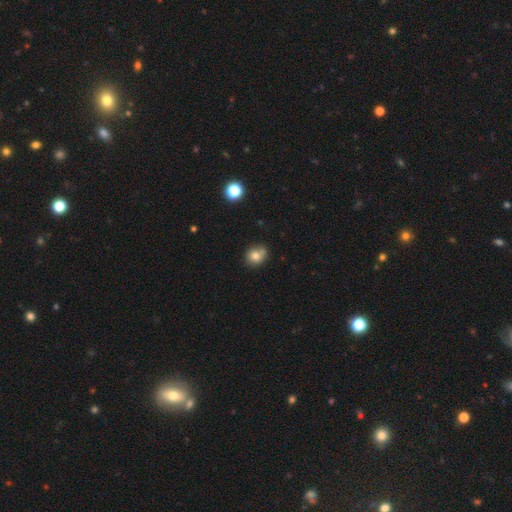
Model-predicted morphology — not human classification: smooth-or-featured: smooth: 77% | star or artifact: 12% | featured or disk: 11%
  how-rounded: round: 65% | in between: 34% | cigar-shaped: 1%
  merging: none: 63% | minor disturbance: 23% | merger: 10% | major disturbance: 5%